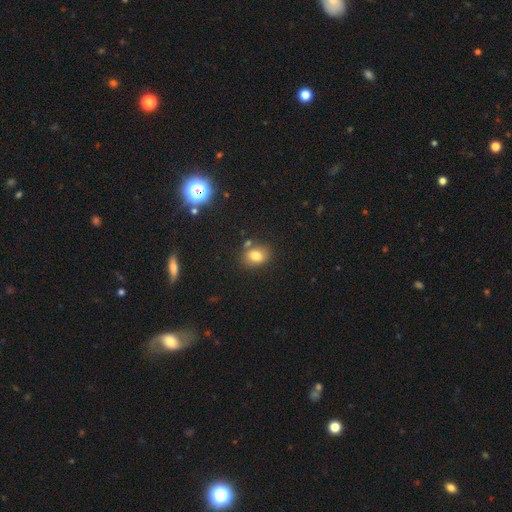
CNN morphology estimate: Smooth or featured: smooth — 78% (star or artifact — 12%)
How rounded: round — 50% (in between — 49%)
Merging: none — 73% (minor disturbance — 13%)